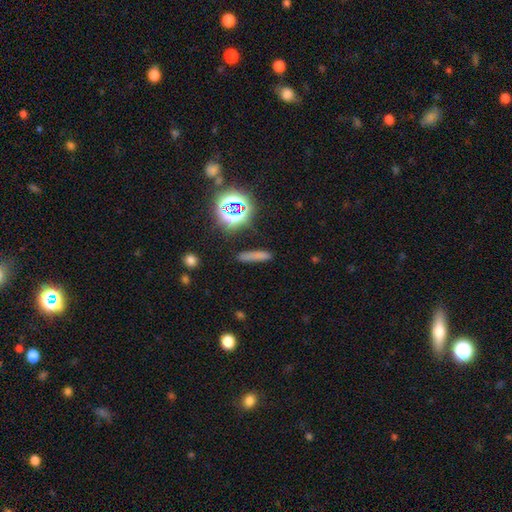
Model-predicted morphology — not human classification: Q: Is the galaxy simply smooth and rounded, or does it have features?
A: smooth — 68%.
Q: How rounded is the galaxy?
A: cigar-shaped — 85%.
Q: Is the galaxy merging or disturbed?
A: none — 85%.